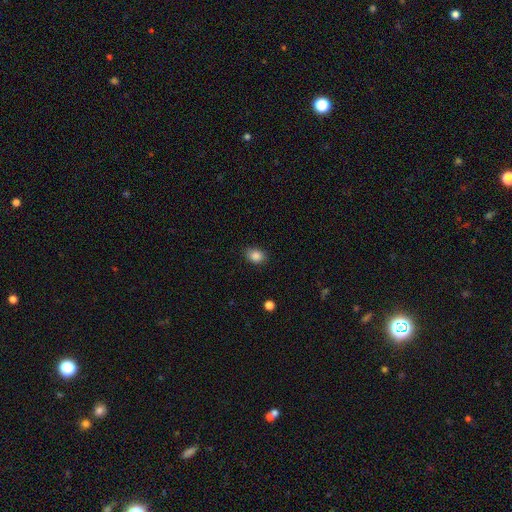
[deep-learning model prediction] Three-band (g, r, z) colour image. It shows a smooth galaxy with no disk features (87%) that is in between round and cigar-shaped (65%). Merging: none (86%).